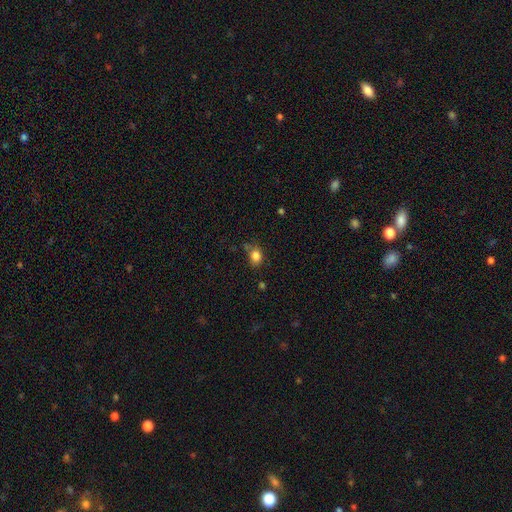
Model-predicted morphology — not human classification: smooth 83%, star or artifact 11%, featured or disk 6%. Down the decision tree: how rounded — in between (55%); merging — none (68%).